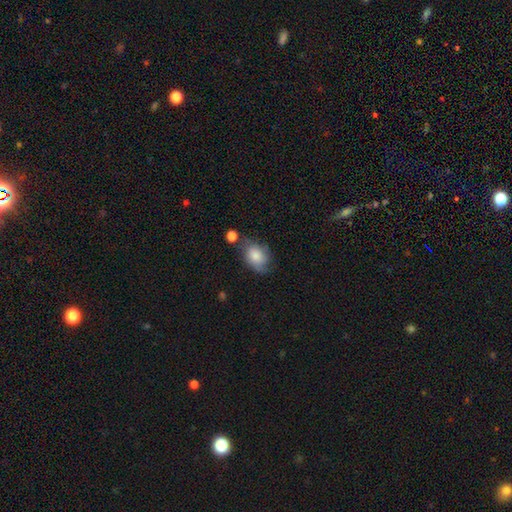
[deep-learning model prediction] Overall: smooth (77%). How rounded: in between (76%). Merging: none (53%; minor disturbance 29%).